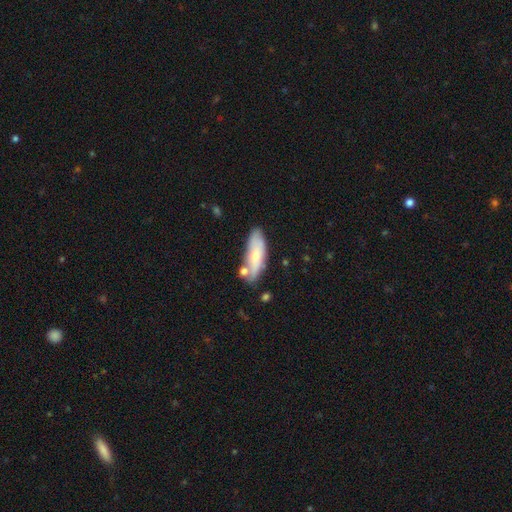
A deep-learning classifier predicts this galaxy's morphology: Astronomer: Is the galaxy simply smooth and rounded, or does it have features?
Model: smooth — 63%.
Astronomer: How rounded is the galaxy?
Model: in between — 59% (runner-up: cigar-shaped, 39%).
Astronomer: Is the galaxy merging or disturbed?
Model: none — 67%.